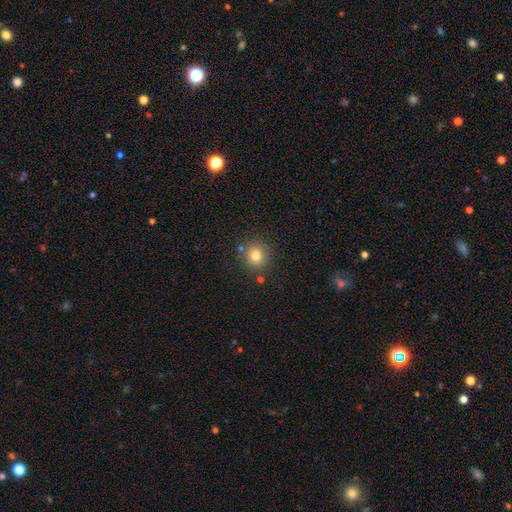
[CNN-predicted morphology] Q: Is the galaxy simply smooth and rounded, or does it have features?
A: smooth — 78%.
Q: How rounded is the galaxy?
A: round — 87%.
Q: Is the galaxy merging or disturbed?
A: none — 82%.